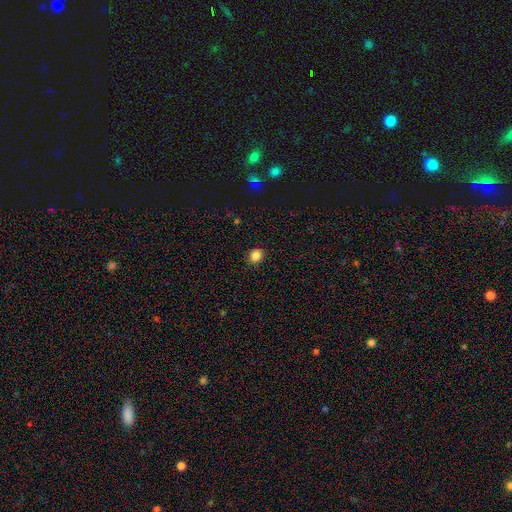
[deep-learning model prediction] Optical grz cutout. It shows a smooth galaxy with no disk features (85%) that is round (73%). Merging: none (91%).